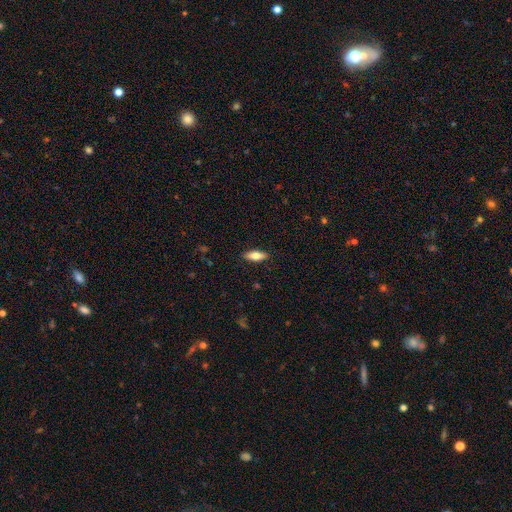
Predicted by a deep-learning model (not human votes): Overall: smooth (72%). How rounded: in between (69%). Merging: none (89%).